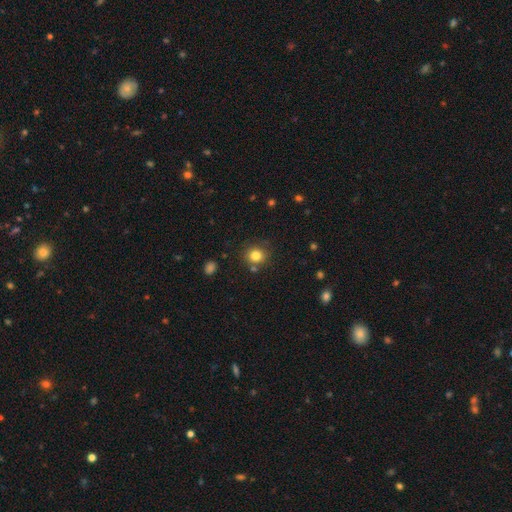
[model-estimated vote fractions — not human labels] Morphology: type=smooth (81%); roundness=round (87%); merging=none (79%).